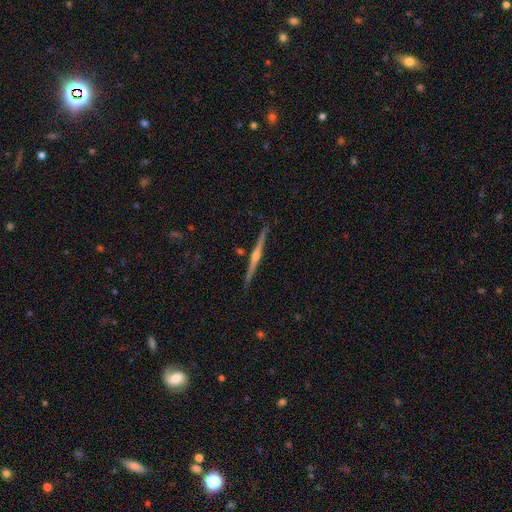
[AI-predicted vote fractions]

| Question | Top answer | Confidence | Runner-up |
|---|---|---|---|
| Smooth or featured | featured or disk | 84% | smooth (11%) |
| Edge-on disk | yes | 99% | no (1%) |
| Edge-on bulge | rounded | 87% | none (8%) |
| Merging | none | 92% | minor disturbance (6%) |